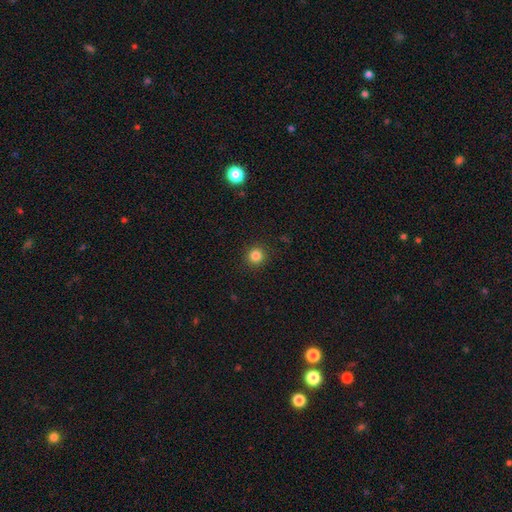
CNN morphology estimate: type=smooth (83%); roundness=round (94%); merging=none (92%).